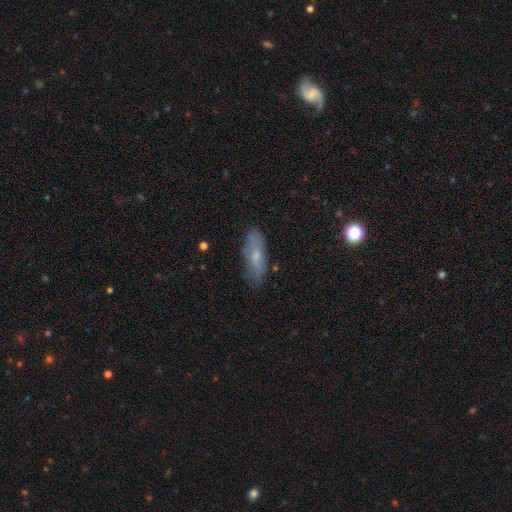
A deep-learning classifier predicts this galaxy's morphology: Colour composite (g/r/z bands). It shows a smooth galaxy with no disk features (61%) that is in between round and cigar-shaped (54%). Merging: none (75%).